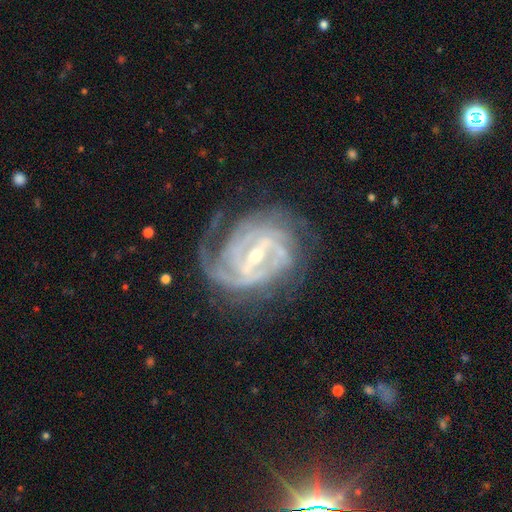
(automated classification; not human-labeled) This is clearly a featured or disk galaxy (91%). It is clearly not viewed edge-on (97%). Bar: possibly strong (57%). Spiral arm pattern: clearly yes (97%). Spiral arm count: marginally 3 (26%). Spiral winding: likely tight (61%). Central bulge: possibly small (57%). Merging: likely none (63%).